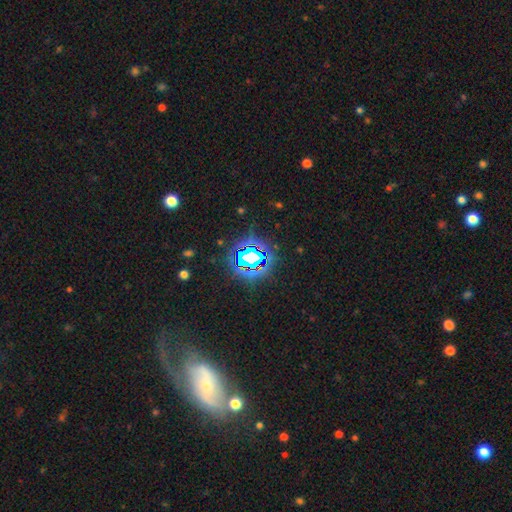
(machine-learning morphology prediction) Smooth or featured? star or artifact (76%)